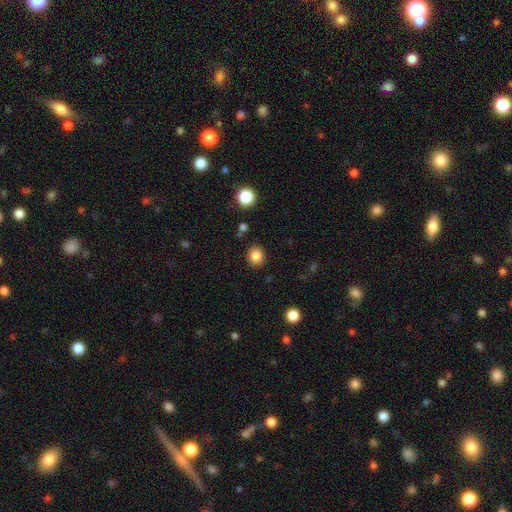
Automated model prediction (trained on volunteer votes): Smooth or featured? smooth (84%)
How rounded? round (76%)
Merging? none (88%)